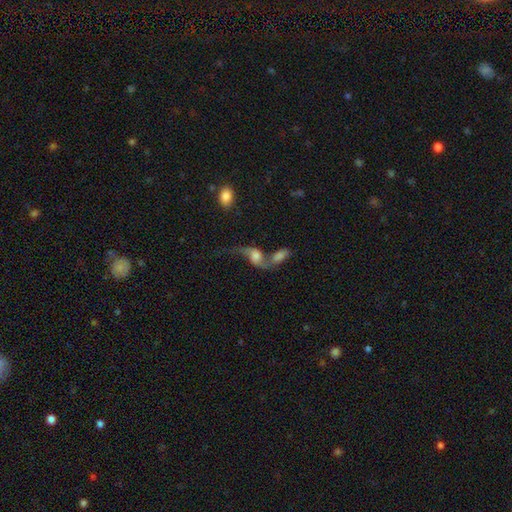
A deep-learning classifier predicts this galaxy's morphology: This appears to be a featured or disk galaxy (60%) with no bar (65%), spiral arms (80%) and a moderate central bulge (36%). Merging: merger (59%).